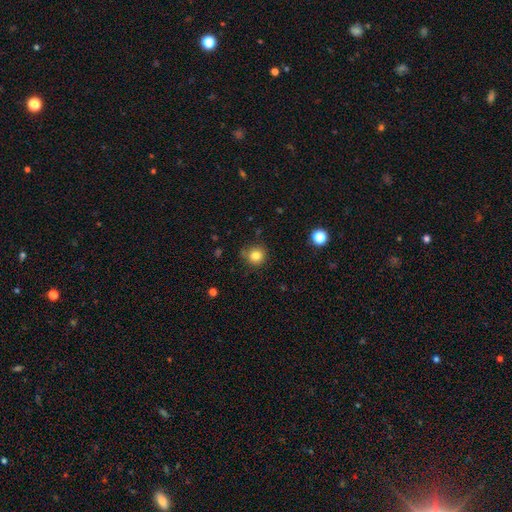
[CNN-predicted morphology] smooth 82%, star or artifact 12%, featured or disk 6%. Down the decision tree: how rounded — round (91%); merging — none (79%).